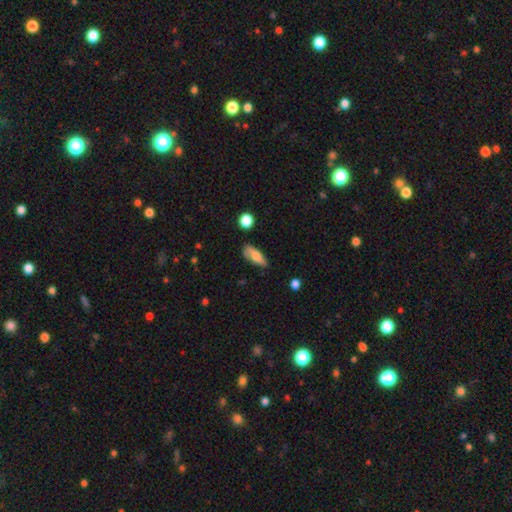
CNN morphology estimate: Q: Smooth or featured?
A: smooth (63%); runner-up: featured or disk (30%)
Q: How rounded?
A: in between (75%); runner-up: cigar-shaped (21%)
Q: Merging?
A: none (58%); runner-up: minor disturbance (29%)